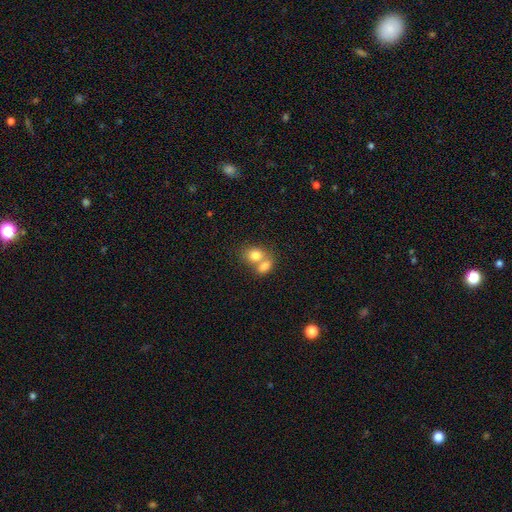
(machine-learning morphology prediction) A smooth galaxy with no disk features (79%) that is in between round and cigar-shaped (55%).

Vote fractions:
- Smooth or featured? smooth: 79% / featured or disk: 12% / star or artifact: 9%
- How rounded? in between: 55% / round: 44% / cigar-shaped: 1%
- Merging? merger: 61% / none: 29% / minor disturbance: 7% / major disturbance: 3%